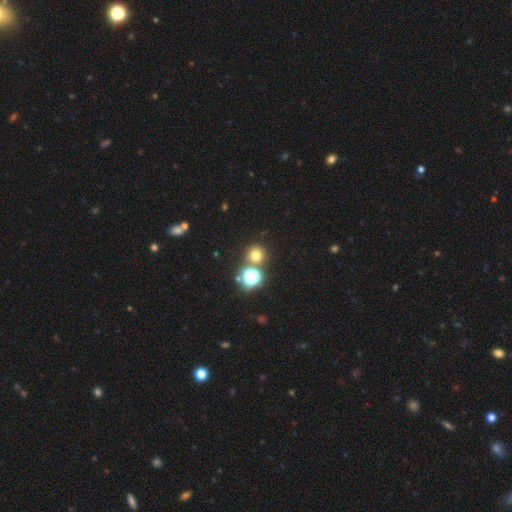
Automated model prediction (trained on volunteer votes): Smooth or featured?
  - smooth: 67% *
  - star or artifact: 26%
  - featured or disk: 7%
How rounded?
  - round: 93% *
  - in between: 6%
  - cigar-shaped: 1%
Merging?
  - none: 77% *
  - merger: 14%
  - minor disturbance: 6%
  - major disturbance: 3%